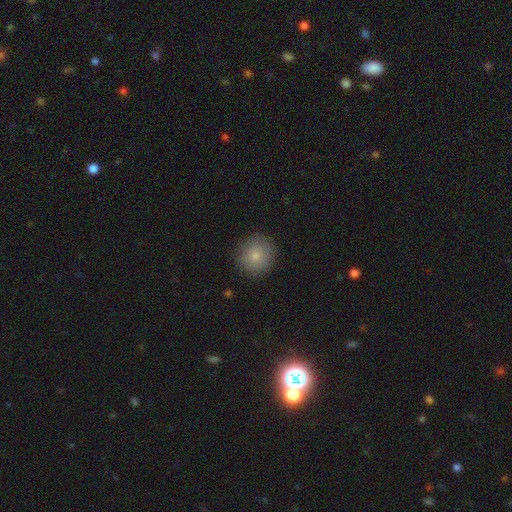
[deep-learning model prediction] Smooth or featured? smooth (81%)
How rounded? round (93%)
Merging? none (88%)